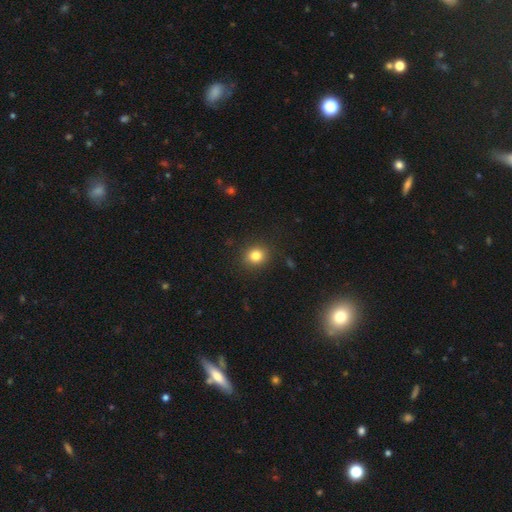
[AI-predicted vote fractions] The model was most divided on "how rounded": round: 78%, in between: 21%, cigar-shaped: 1%. More confident: merging — none (89%); smooth or featured — smooth (82%).